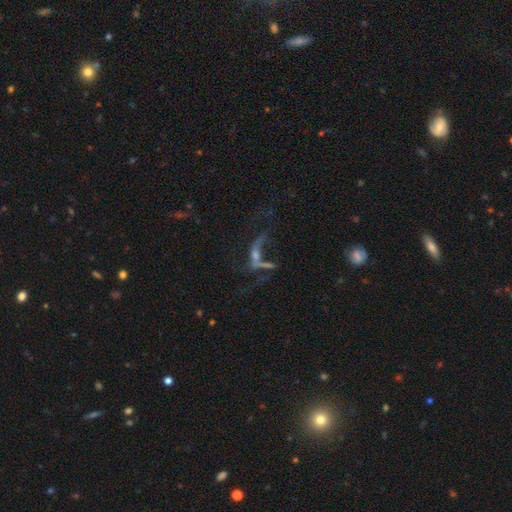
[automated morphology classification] The model was most divided on "merging": major disturbance: 33%, none: 31%, merger: 23%, minor disturbance: 13%. More confident: edge-on disk — no (71%); smooth or featured — featured or disk (62%).